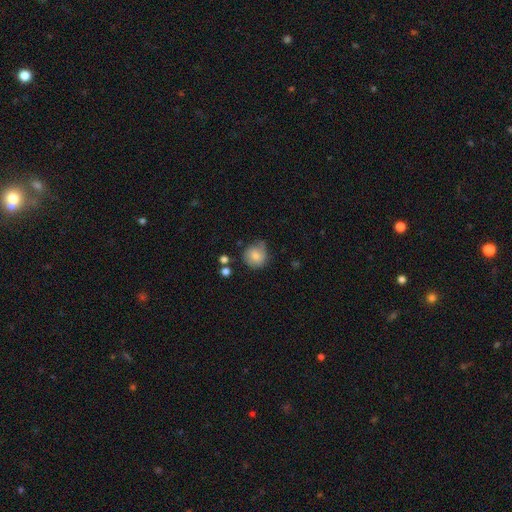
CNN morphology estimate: smooth 73%, featured or disk 19%, star or artifact 8%. Down the decision tree: how rounded — round (83%); merging — none (60%).